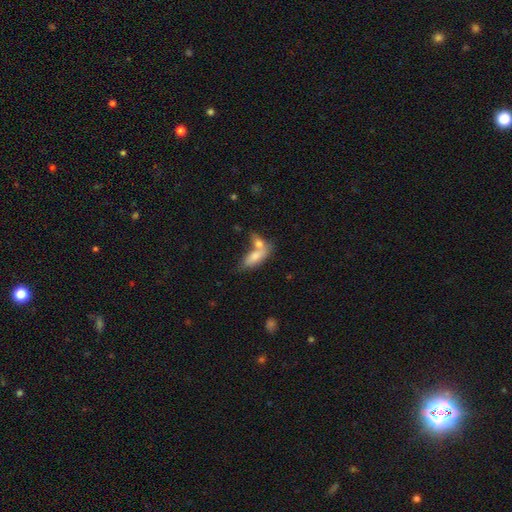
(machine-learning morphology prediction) smooth 75%, featured or disk 18%, star or artifact 7%. Down the decision tree: how rounded — in between (75%); merging — merger (50%).